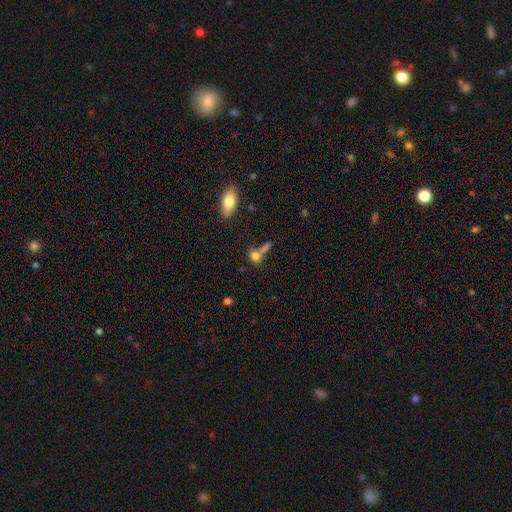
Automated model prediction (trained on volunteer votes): Overall: smooth (77%). How rounded: in between (50%; round 43%). Merging: merger (42%; none 41%).